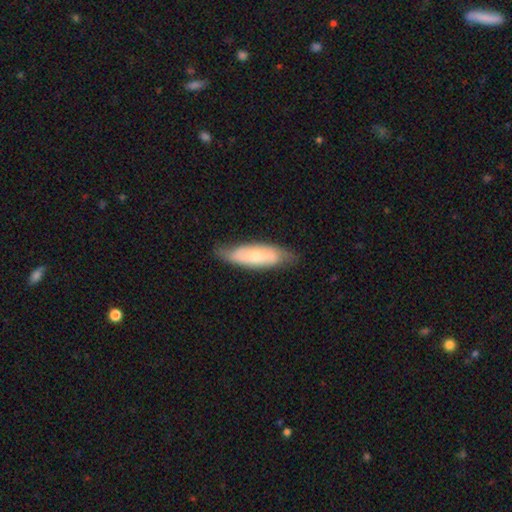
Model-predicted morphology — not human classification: This appears to be a smooth galaxy with no disk features (56%) that is in between round and cigar-shaped (58%). Merging: none (71%).